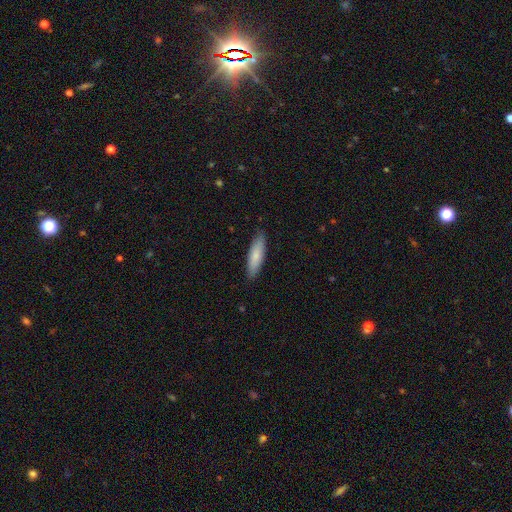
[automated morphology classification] Smooth or featured? Predicted: smooth (p=0.80). How rounded? Predicted: cigar-shaped (p=0.60). Merging? Predicted: none (p=0.87).